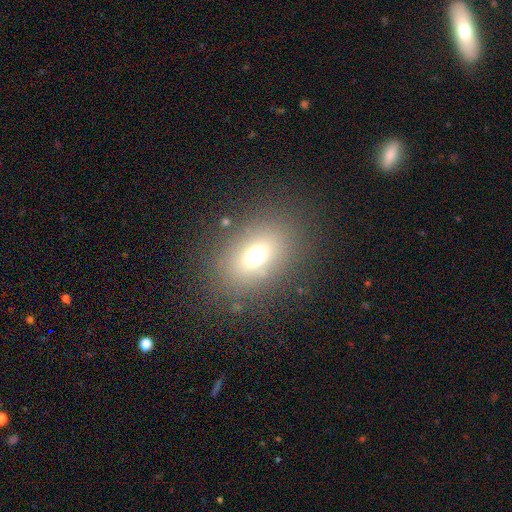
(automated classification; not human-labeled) Morphology: type=smooth (65%); roundness=in between (65%); merging=none (80%).